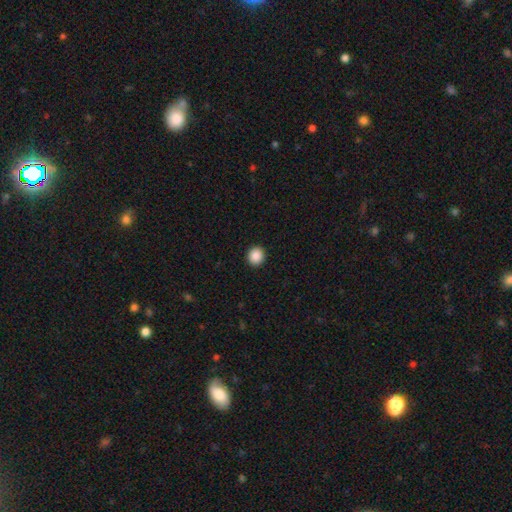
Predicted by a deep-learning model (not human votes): Overall: smooth (88%). How rounded: round (88%). Merging: none (93%).